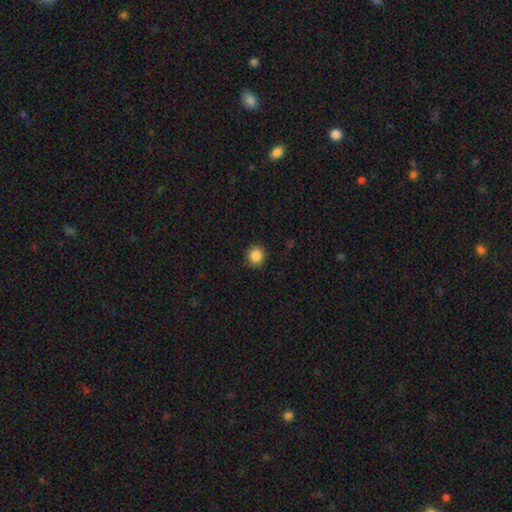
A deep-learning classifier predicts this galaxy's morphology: This appears to be a smooth galaxy with no disk features (86%) that is round (91%). Merging: none (91%).